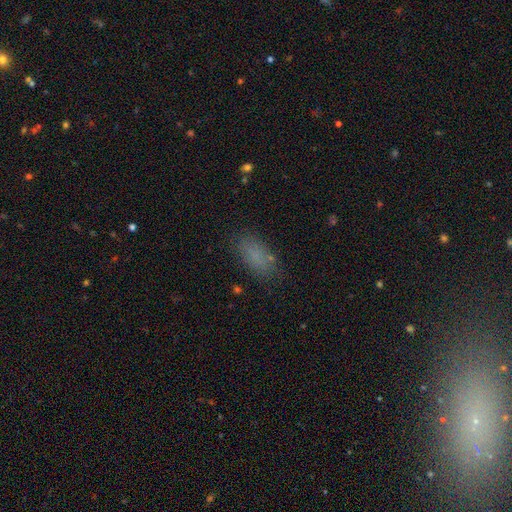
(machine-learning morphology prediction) smooth_or_featured: smooth (p=0.80) [alt: star or artifact p=0.13]
how_rounded: in between (p=0.87) [alt: cigar-shaped p=0.09]
merging: none (p=0.78) [alt: minor disturbance p=0.14]